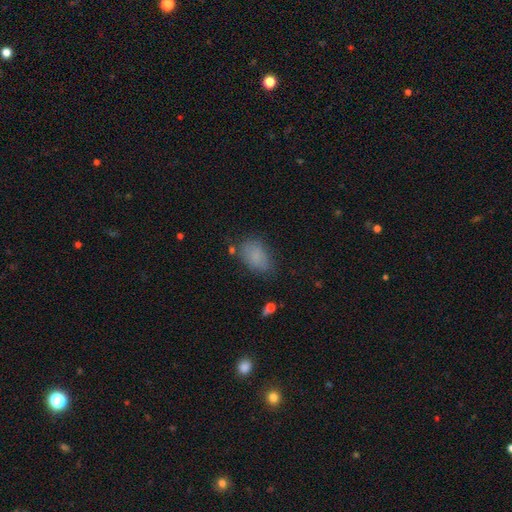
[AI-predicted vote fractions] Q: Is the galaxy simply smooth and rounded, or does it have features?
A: smooth — 81%.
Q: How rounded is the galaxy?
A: in between — 88%.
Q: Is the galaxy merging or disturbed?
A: none — 70%.